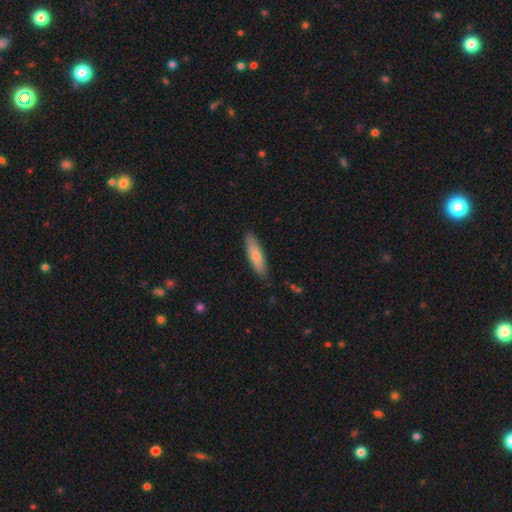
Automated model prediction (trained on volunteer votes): Smooth or featured?
  - smooth: 79% *
  - featured or disk: 16%
  - star or artifact: 5%
How rounded?
  - cigar-shaped: 66% *
  - in between: 32%
  - round: 2%
Merging?
  - none: 86% *
  - minor disturbance: 11%
  - major disturbance: 2%
  - merger: 1%